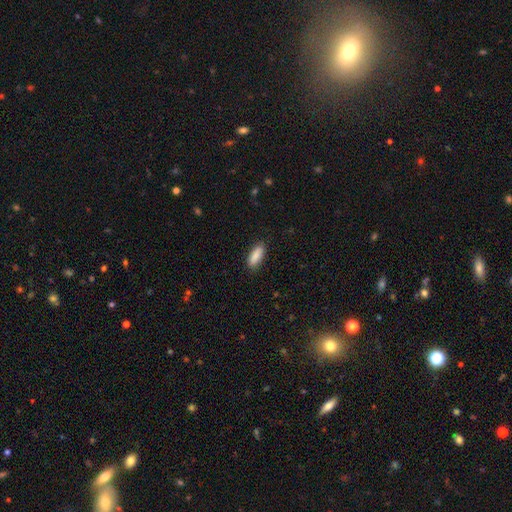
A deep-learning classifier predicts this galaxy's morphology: Smooth or featured? smooth (89%)
How rounded? in between (77%)
Merging? none (86%)